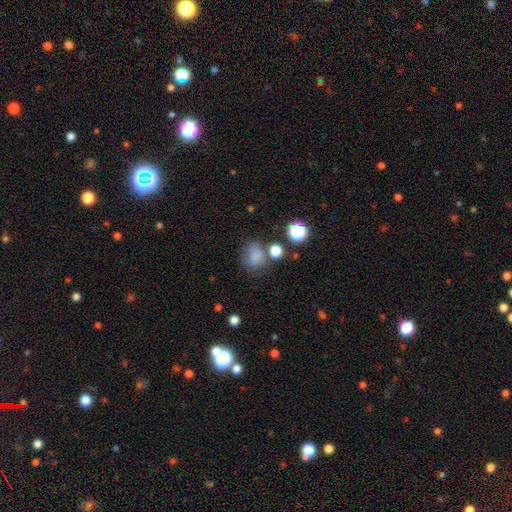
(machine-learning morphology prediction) smooth_or_featured: smooth (p=0.74) [alt: star or artifact p=0.16]
how_rounded: round (p=0.51) [alt: in between p=0.48]
merging: none (p=0.54) [alt: minor disturbance p=0.20]